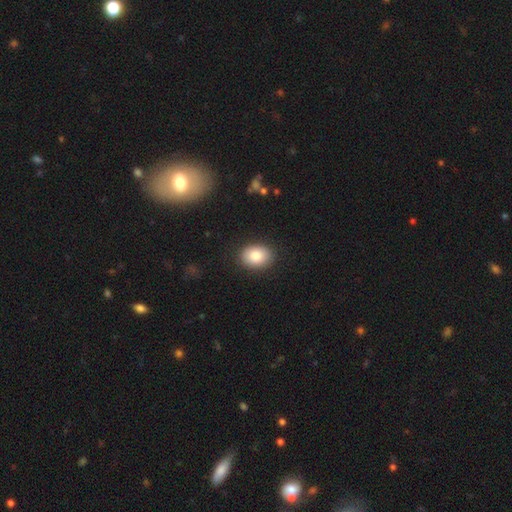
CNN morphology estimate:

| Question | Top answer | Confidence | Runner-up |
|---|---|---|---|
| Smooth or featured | smooth | 84% | featured or disk (9%) |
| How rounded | in between | 65% | round (34%) |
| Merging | none | 89% | minor disturbance (8%) |